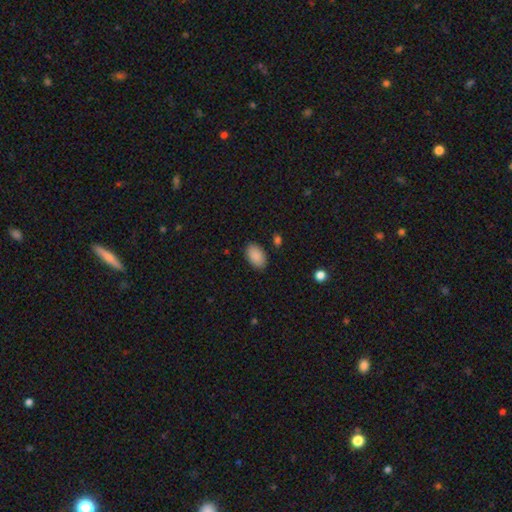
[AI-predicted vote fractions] Smooth or featured?
  - smooth: 90% *
  - star or artifact: 7%
  - featured or disk: 3%
How rounded?
  - in between: 93% *
  - round: 6%
  - cigar-shaped: 1%
Merging?
  - none: 87% *
  - minor disturbance: 9%
  - major disturbance: 2%
  - merger: 1%